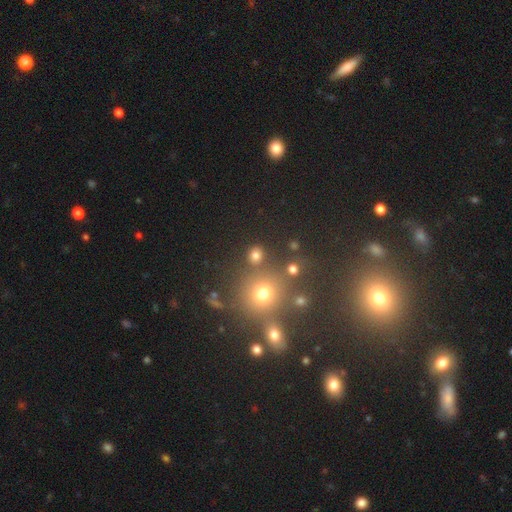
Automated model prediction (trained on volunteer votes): Overall: smooth (75%). How rounded: round (82%). Merging: none (80%).